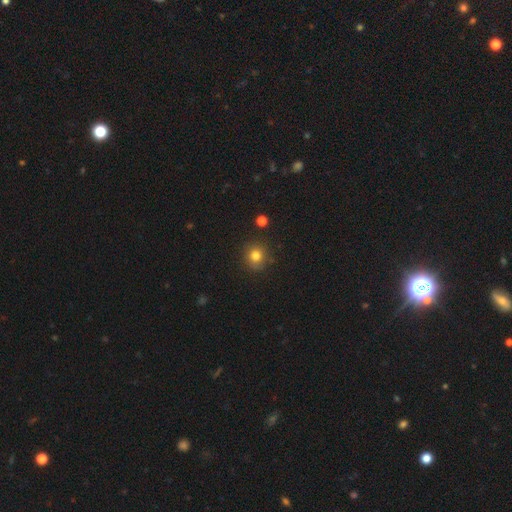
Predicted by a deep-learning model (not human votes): The model was most divided on "smooth or featured": smooth: 79%, star or artifact: 13%, featured or disk: 7%. More confident: how rounded — round (90%); merging — none (87%).